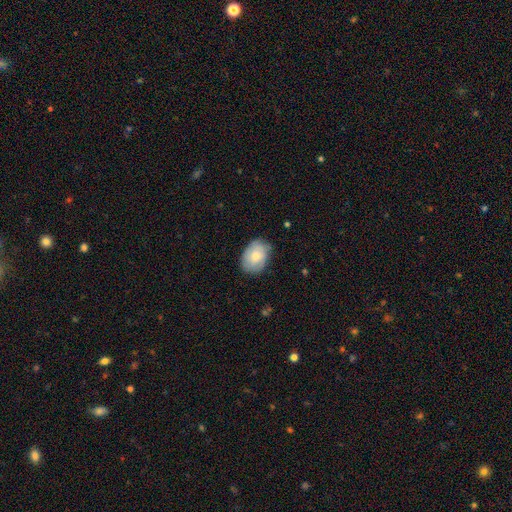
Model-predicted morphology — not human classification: smooth-or-featured: smooth: 72% | featured or disk: 22% | star or artifact: 6%
  how-rounded: in between: 75% | round: 24% | cigar-shaped: 1%
  merging: none: 72% | minor disturbance: 22% | major disturbance: 4% | merger: 1%